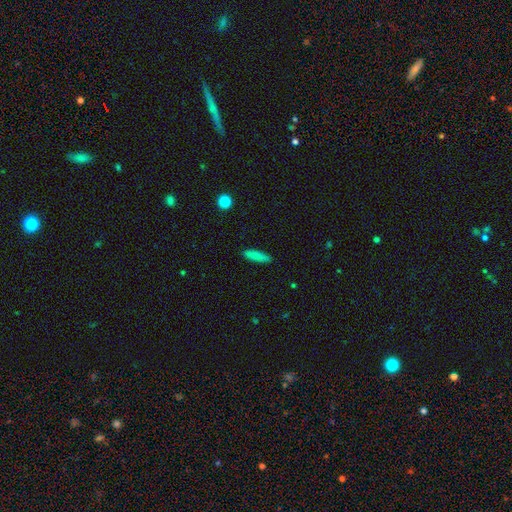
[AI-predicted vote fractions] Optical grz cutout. It shows a smooth galaxy with no disk features (84%) that is cigar-shaped (71%). Merging: none (87%).